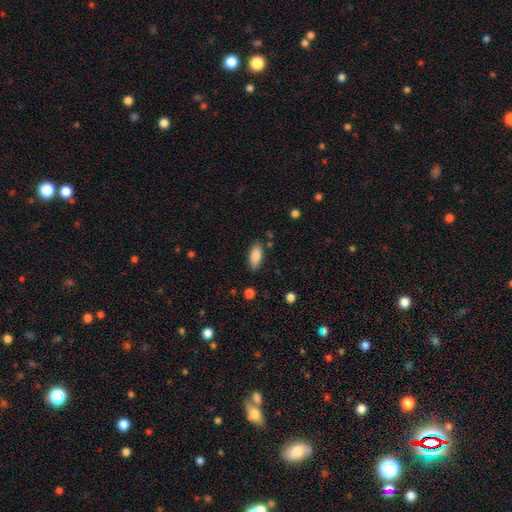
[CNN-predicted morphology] Smooth or featured? smooth (84%)
How rounded? in between (84%)
Merging? none (84%)